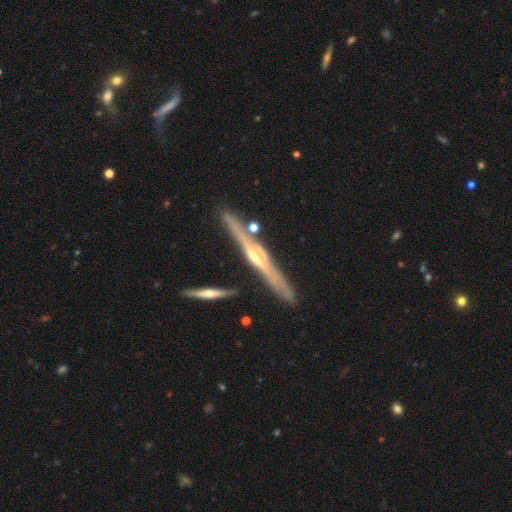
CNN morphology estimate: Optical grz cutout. It shows a featured or disk galaxy (83%) viewed edge-on (97%) with a rounded central bulge (75%). Merging: none (82%).